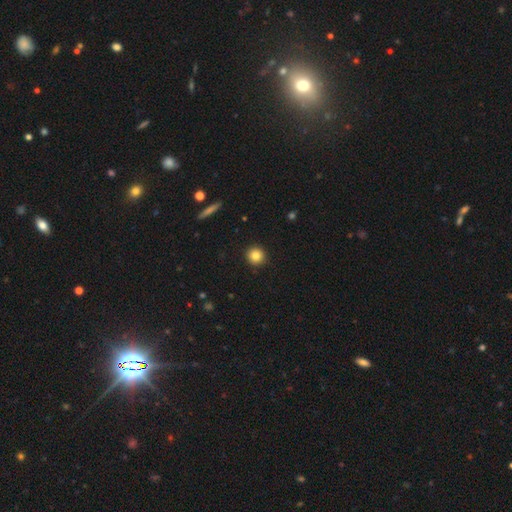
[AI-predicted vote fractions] A smooth galaxy with no disk features (85%) that is round (94%). Merging: none (92%).